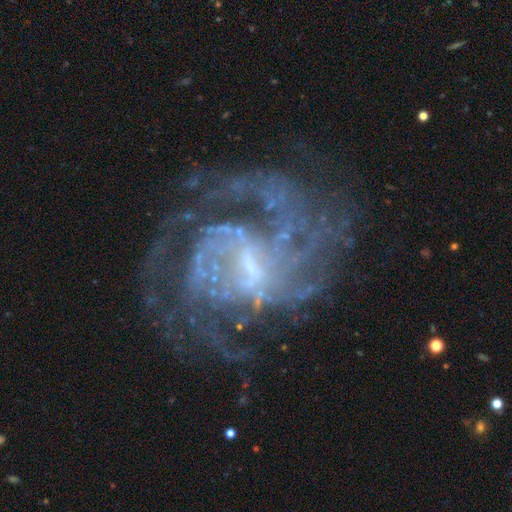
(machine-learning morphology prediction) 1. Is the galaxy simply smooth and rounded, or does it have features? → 86% featured or disk, 9% star or artifact, 5% smooth.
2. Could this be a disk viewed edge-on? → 98% no, 2% yes.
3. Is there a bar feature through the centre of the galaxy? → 54% weak, 28% no, 18% strong.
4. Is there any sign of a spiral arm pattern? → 91% yes, 9% no.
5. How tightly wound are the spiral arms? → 42% medium, 39% tight, 19% loose.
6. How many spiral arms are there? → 35% can't tell, 17% 2, 17% 3, 14% 4, 9% more than 4, 8% 1.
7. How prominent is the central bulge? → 50% small, 26% moderate, 19% none, 3% large, 1% dominant.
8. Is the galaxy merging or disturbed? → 56% none, 25% major disturbance, 16% minor disturbance, 3% merger.